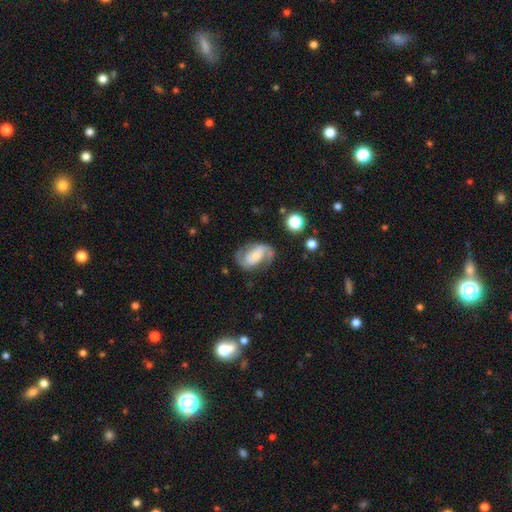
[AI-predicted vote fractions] A featured or disk galaxy (73%) with no bar (42%), 2 (85%) medium (48%) spiral arms (86%) and a small central bulge (52%). Merging: none (64%).